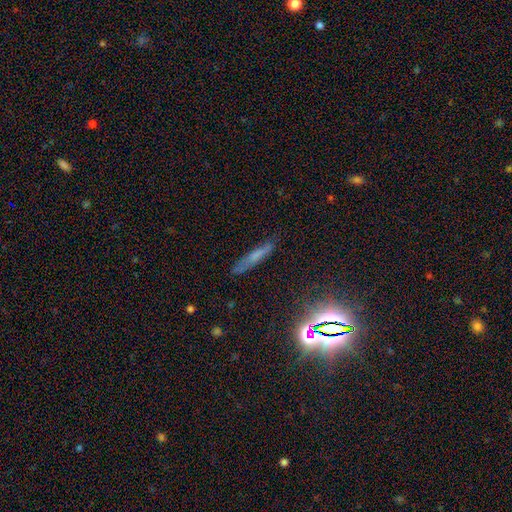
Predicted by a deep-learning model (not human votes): A smooth galaxy with no disk features (54%) that is cigar-shaped (88%). Merging: none (80%).